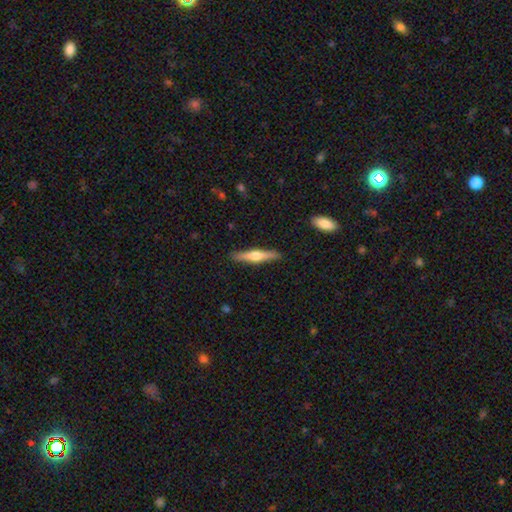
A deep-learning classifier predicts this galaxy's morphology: This is possibly a featured or disk galaxy (58%). It is clearly viewed edge-on (97%). Edge-on bulge: clearly rounded (90%). Merging: clearly none (90%).